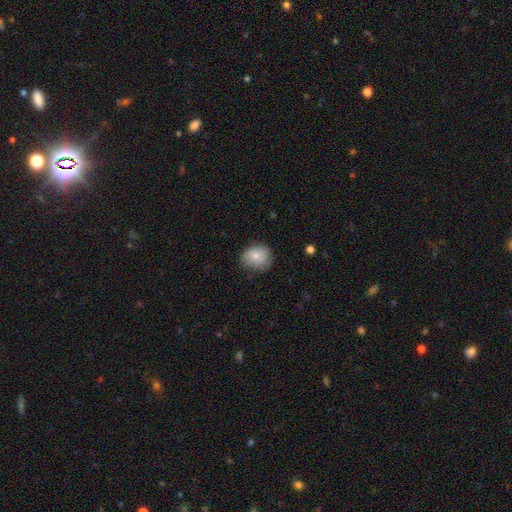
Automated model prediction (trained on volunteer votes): smooth-or-featured: smooth: 78% | featured or disk: 14% | star or artifact: 8%
  how-rounded: round: 71% | in between: 28% | cigar-shaped: 1%
  merging: none: 76% | minor disturbance: 19% | major disturbance: 4% | merger: 1%